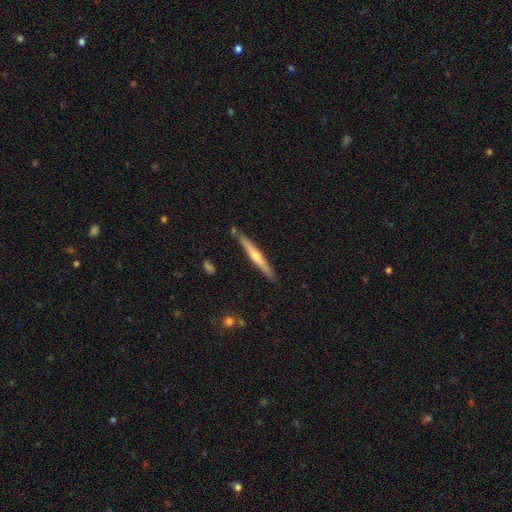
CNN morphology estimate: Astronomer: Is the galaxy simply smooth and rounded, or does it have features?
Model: featured or disk — 67%.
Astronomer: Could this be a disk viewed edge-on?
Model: yes — 97%.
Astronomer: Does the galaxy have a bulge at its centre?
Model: rounded — 80%.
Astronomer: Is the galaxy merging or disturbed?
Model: none — 87%.